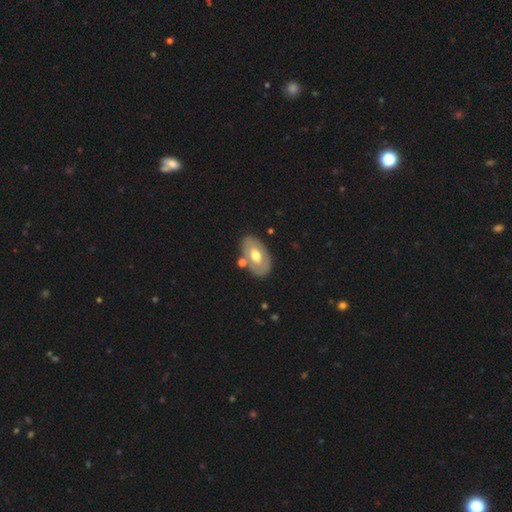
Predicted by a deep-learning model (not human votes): Smooth or featured: smooth — 49% (featured or disk — 45%)
Merging: none — 75% (minor disturbance — 13%)